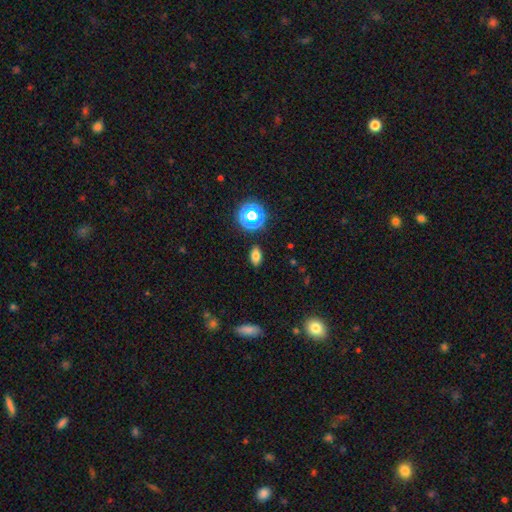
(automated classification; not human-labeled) Smooth or featured: smooth — 72% (star or artifact — 19%)
How rounded: in between — 86% (round — 11%)
Merging: none — 87% (minor disturbance — 9%)